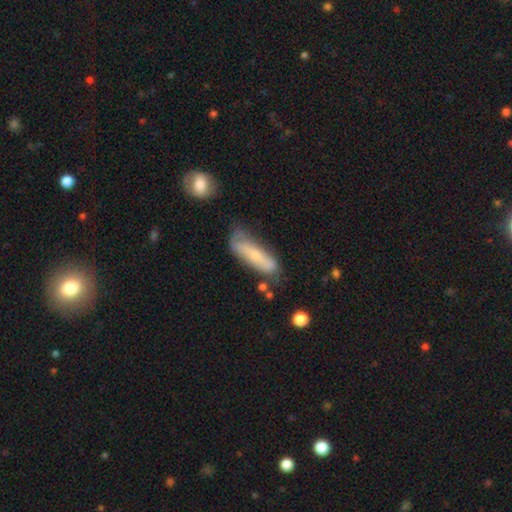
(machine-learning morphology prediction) type=smooth (59%); roundness=cigar-shaped (56%); merging=none (49%).